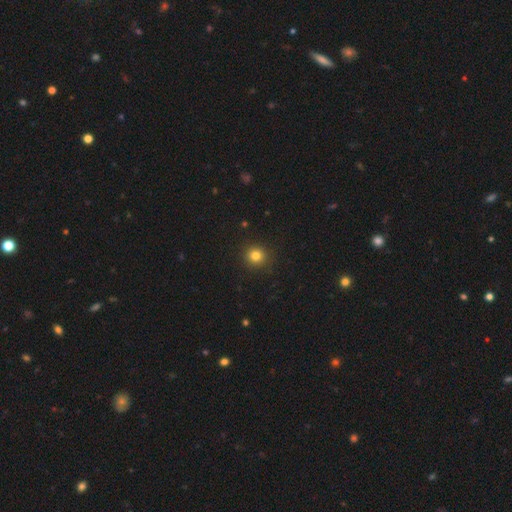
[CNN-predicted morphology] A smooth galaxy with no disk features (81%) that is round (93%). Merging: none (92%).